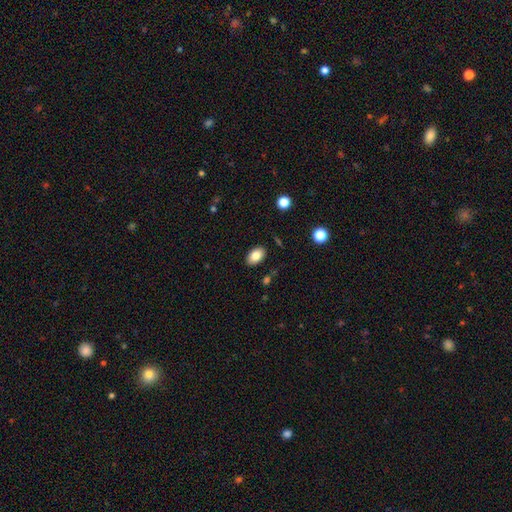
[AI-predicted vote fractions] Q: Smooth or featured?
A: smooth (83%); runner-up: featured or disk (8%)
Q: How rounded?
A: in between (89%); runner-up: round (10%)
Q: Merging?
A: none (87%); runner-up: minor disturbance (9%)